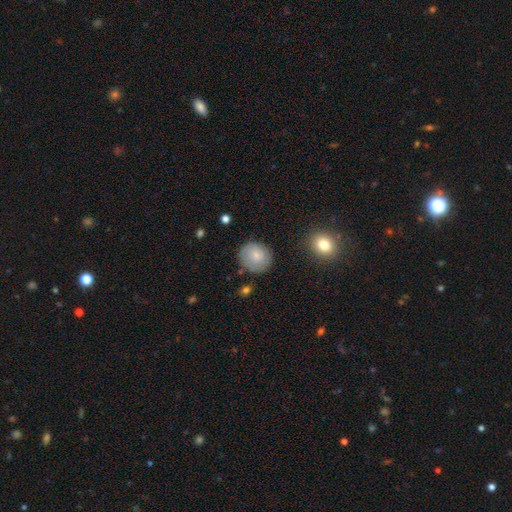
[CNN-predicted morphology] This appears to be a smooth galaxy with no disk features (80%) that is round (82%). Merging: none (81%).